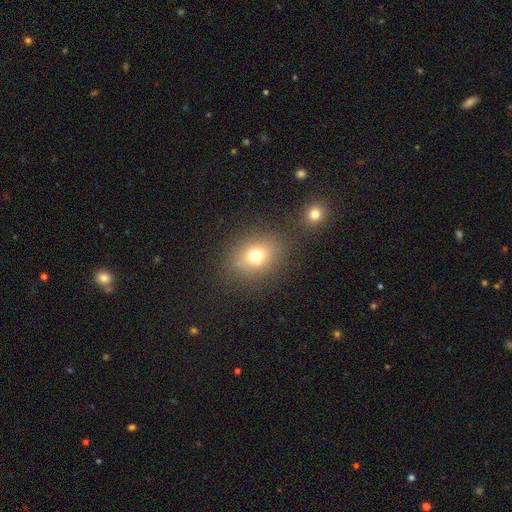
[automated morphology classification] smooth-or-featured: smooth: 70% | star or artifact: 15% | featured or disk: 14%
  how-rounded: in between: 50% | round: 49% | cigar-shaped: 1%
  merging: none: 76% | minor disturbance: 13% | merger: 6% | major disturbance: 5%